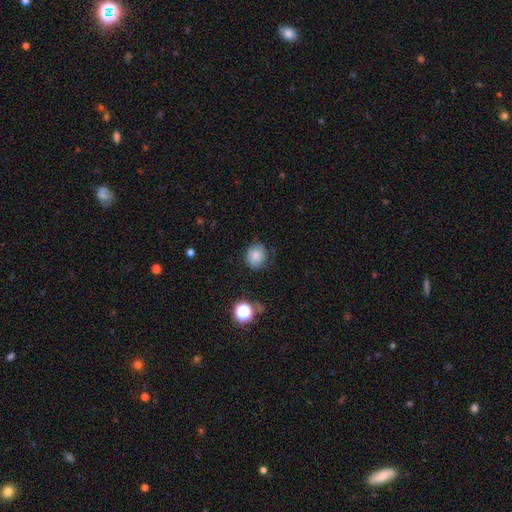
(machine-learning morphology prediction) A smooth galaxy with no disk features (80%) that is round (73%).

Vote fractions:
- Smooth or featured? smooth: 80% / star or artifact: 11% / featured or disk: 9%
- How rounded? round: 73% / in between: 26% / cigar-shaped: 1%
- Merging? none: 79% / minor disturbance: 16% / major disturbance: 4% / merger: 2%